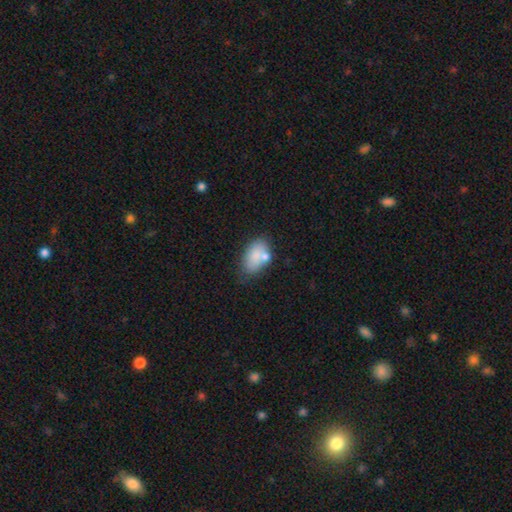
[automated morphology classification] A smooth galaxy with no disk features (77%) that is in between round and cigar-shaped (89%).

Vote fractions:
- Smooth or featured? smooth: 77% / featured or disk: 15% / star or artifact: 8%
- How rounded? in between: 89% / round: 9% / cigar-shaped: 2%
- Merging? none: 51% / minor disturbance: 22% / merger: 19% / major disturbance: 7%